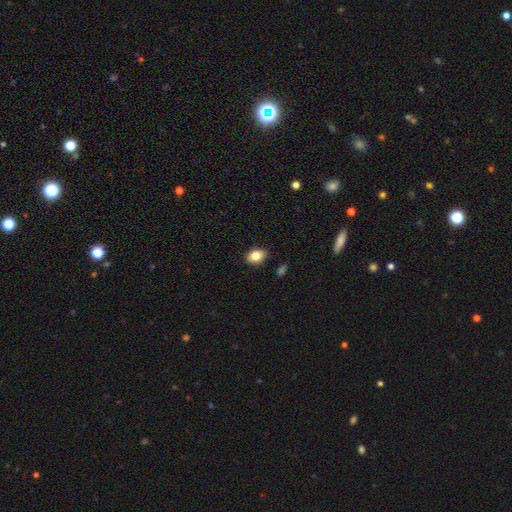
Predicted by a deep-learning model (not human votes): Smooth or featured: smooth — 82% (featured or disk — 10%)
How rounded: in between — 79% (round — 19%)
Merging: none — 87% (minor disturbance — 9%)